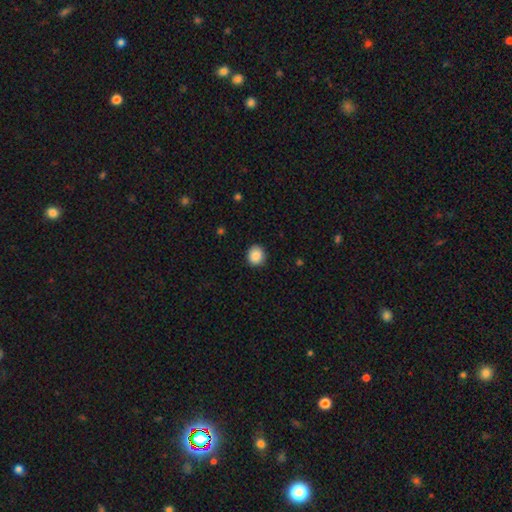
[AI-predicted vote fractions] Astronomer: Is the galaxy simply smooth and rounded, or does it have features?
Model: smooth — 88%.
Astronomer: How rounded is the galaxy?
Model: round — 83%.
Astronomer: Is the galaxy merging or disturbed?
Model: none — 89%.